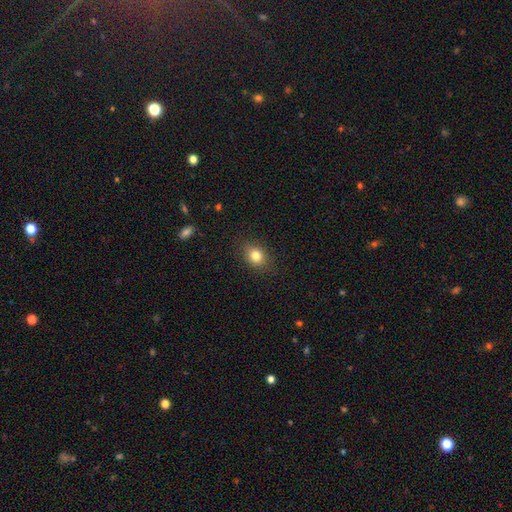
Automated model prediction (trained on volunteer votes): Q: Smooth or featured?
A: smooth (81%); runner-up: star or artifact (11%)
Q: How rounded?
A: in between (53%); runner-up: round (45%)
Q: Merging?
A: none (86%); runner-up: minor disturbance (10%)